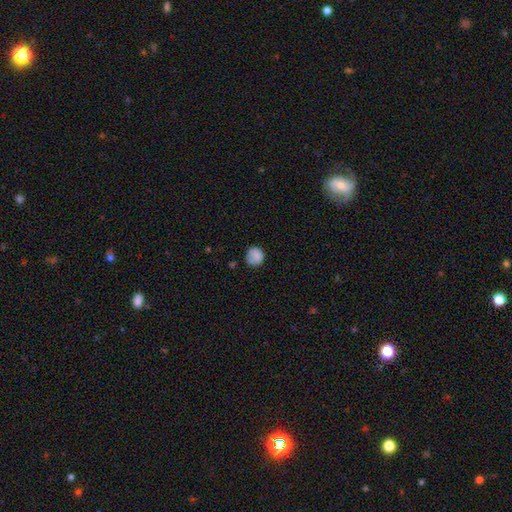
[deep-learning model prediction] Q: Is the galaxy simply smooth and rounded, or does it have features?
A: smooth — 85%.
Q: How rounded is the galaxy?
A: round — 87%.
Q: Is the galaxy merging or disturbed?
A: none — 76%.